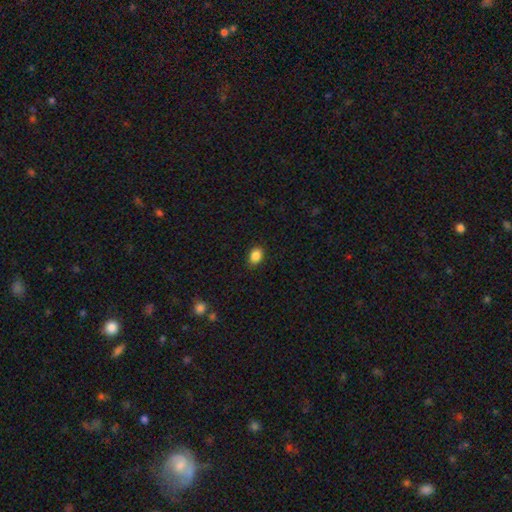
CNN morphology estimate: Smooth or featured? smooth (87%)
How rounded? in between (69%)
Merging? none (87%)